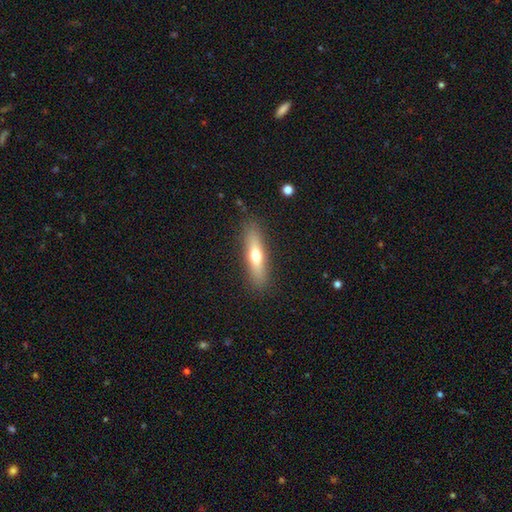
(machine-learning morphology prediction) Smooth or featured? Predicted: smooth (p=0.59). How rounded? Predicted: cigar-shaped (p=0.75). Merging? Predicted: none (p=0.87).